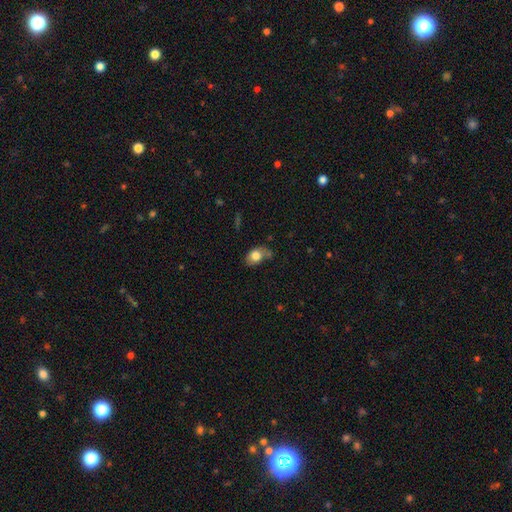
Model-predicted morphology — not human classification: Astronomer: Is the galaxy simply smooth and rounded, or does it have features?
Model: smooth — 78%.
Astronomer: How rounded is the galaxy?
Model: in between — 76%.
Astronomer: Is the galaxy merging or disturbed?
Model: none — 52% (runner-up: minor disturbance, 30%).